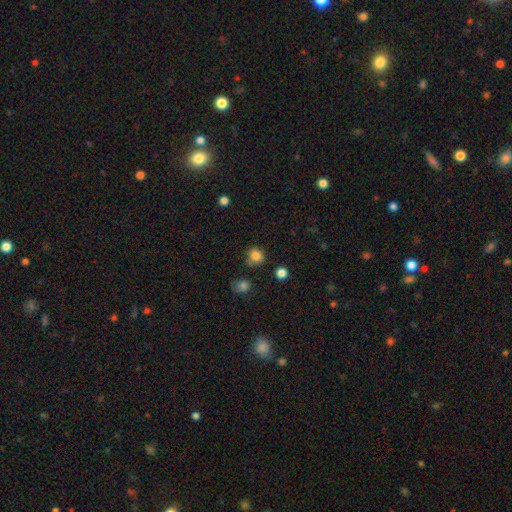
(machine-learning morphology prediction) smooth_or_featured: smooth (p=0.82) [alt: star or artifact p=0.12]
how_rounded: round (p=0.79) [alt: in between p=0.20]
merging: none (p=0.72) [alt: minor disturbance p=0.17]